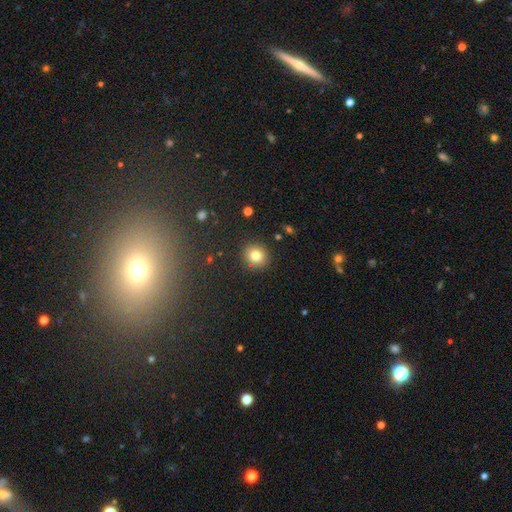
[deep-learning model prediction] Overall: smooth (79%). How rounded: round (87%). Merging: none (89%).